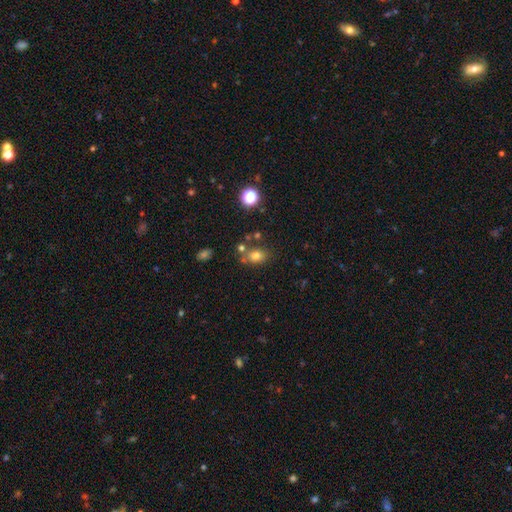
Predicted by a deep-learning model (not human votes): smooth_or_featured: smooth (p=0.74) [alt: star or artifact p=0.15]
how_rounded: in between (p=0.65) [alt: round p=0.34]
merging: none (p=0.65) [alt: minor disturbance p=0.15]